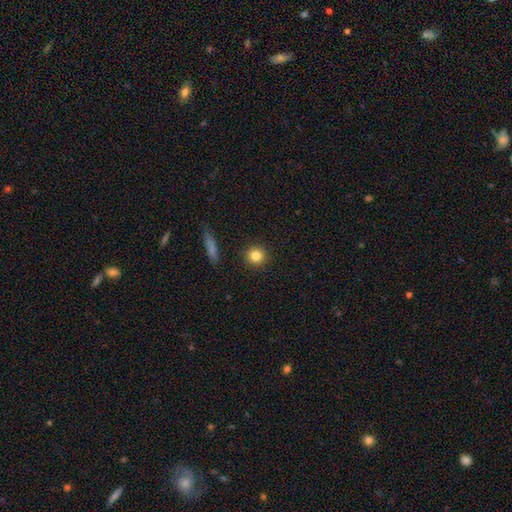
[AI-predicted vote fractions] smooth-or-featured: smooth: 83% | star or artifact: 10% | featured or disk: 7%
  how-rounded: round: 93% | in between: 6% | cigar-shaped: 1%
  merging: none: 92% | minor disturbance: 5% | major disturbance: 2% | merger: 1%